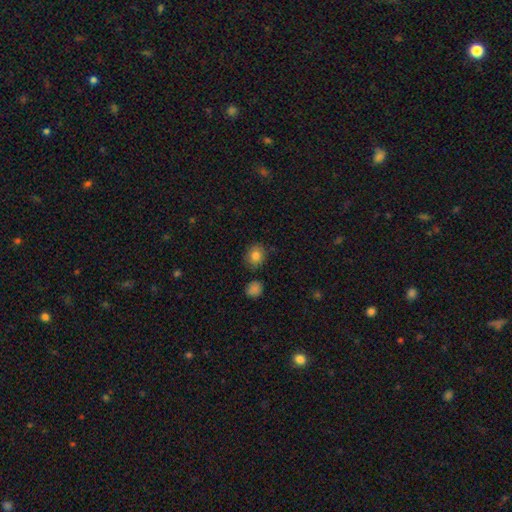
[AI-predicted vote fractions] A smooth galaxy with no disk features (83%) that is round (76%).

Vote fractions:
- Smooth or featured? smooth: 83% / star or artifact: 10% / featured or disk: 7%
- How rounded? round: 76% / in between: 23% / cigar-shaped: 1%
- Merging? none: 83% / minor disturbance: 11% / merger: 3% / major disturbance: 3%